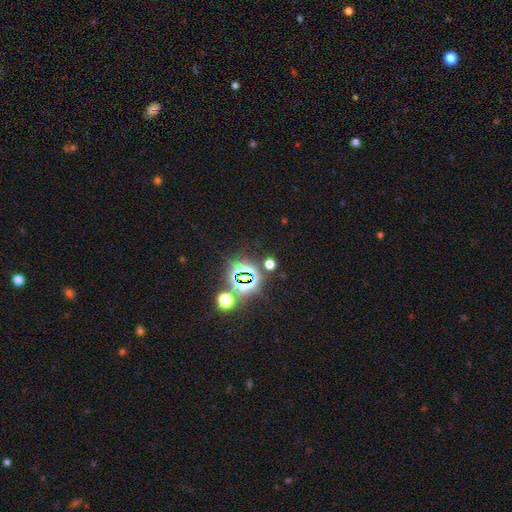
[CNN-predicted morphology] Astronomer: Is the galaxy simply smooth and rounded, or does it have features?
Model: star or artifact — 81%.